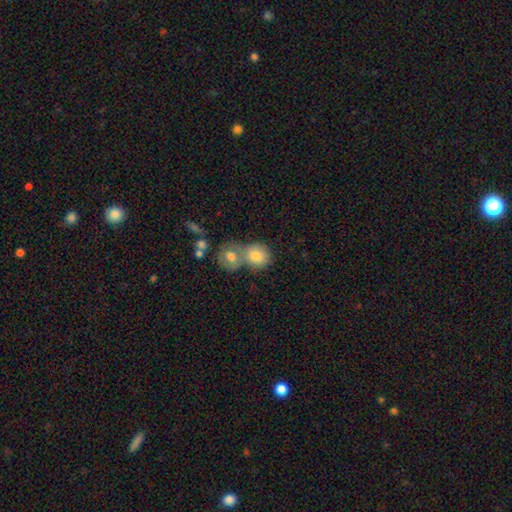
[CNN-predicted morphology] Smooth or featured?
  - smooth: 78% *
  - featured or disk: 14%
  - star or artifact: 9%
How rounded?
  - round: 73% *
  - in between: 25%
  - cigar-shaped: 1%
Merging?
  - merger: 58% *
  - none: 30%
  - minor disturbance: 8%
  - major disturbance: 4%